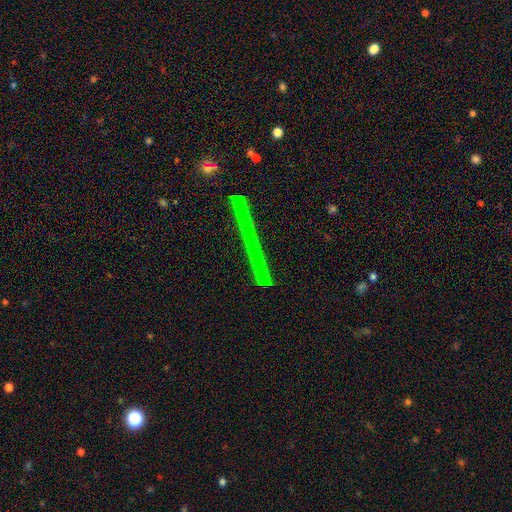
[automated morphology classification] Q: Smooth or featured?
A: featured or disk (53%); runner-up: smooth (24%)
Q: Edge-on disk?
A: yes (95%); runner-up: no (5%)
Q: Edge-on bulge?
A: none (92%); runner-up: rounded (5%)
Q: Merging?
A: none (87%); runner-up: minor disturbance (8%)